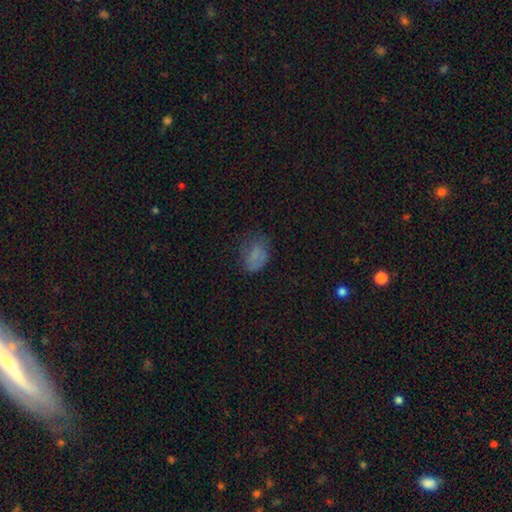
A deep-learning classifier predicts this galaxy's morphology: A smooth galaxy with no disk features (66%) that is in between round and cigar-shaped (74%).

Vote fractions:
- Smooth or featured? smooth: 66% / featured or disk: 19% / star or artifact: 15%
- How rounded? in between: 74% / round: 24% / cigar-shaped: 2%
- Merging? none: 52% / minor disturbance: 28% / major disturbance: 18% / merger: 2%